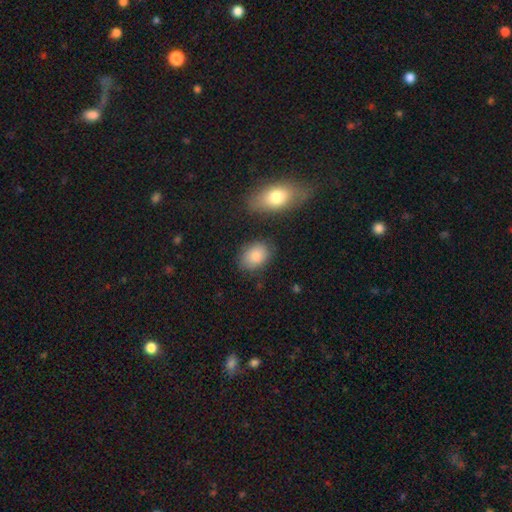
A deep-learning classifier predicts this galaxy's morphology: Smooth or featured? smooth (86%)
How rounded? in between (79%)
Merging? none (76%)